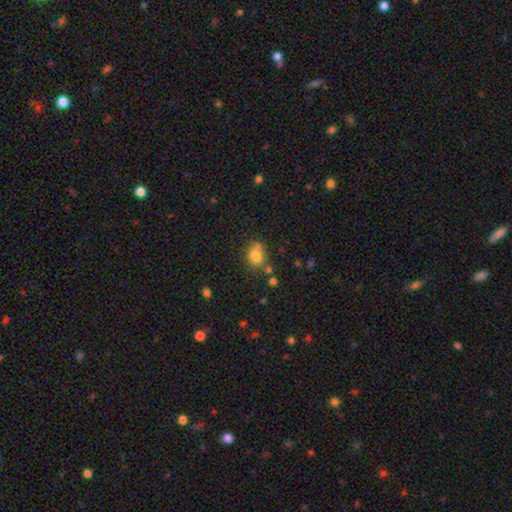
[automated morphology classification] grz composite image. It shows a smooth galaxy with no disk features (78%) that is round (60%). Merging: none (54%).